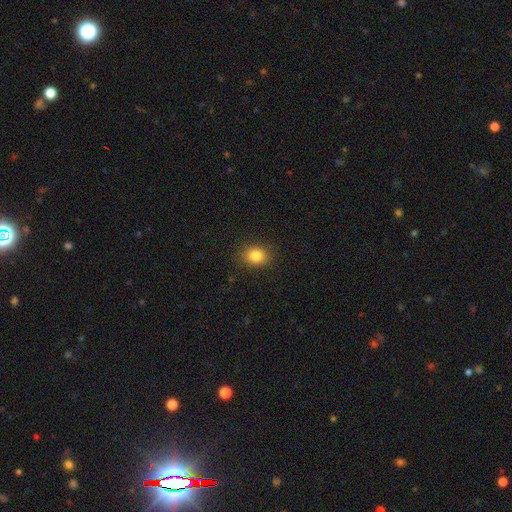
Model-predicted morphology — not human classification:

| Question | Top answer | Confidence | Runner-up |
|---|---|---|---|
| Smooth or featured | smooth | 84% | star or artifact (10%) |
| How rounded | in between | 50% | round (49%) |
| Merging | none | 88% | minor disturbance (9%) |